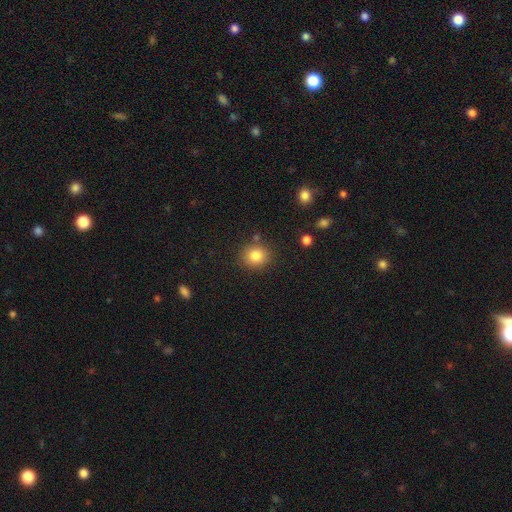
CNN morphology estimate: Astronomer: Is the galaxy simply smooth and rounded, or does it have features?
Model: smooth — 83%.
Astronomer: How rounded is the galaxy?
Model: round — 81%.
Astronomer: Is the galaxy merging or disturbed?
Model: none — 83%.